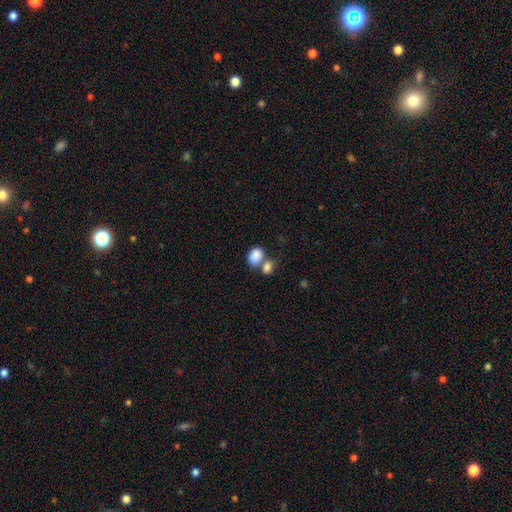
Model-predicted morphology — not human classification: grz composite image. It shows a smooth galaxy with no disk features (85%) that is in between round and cigar-shaped (73%). Merging: merger (52%).